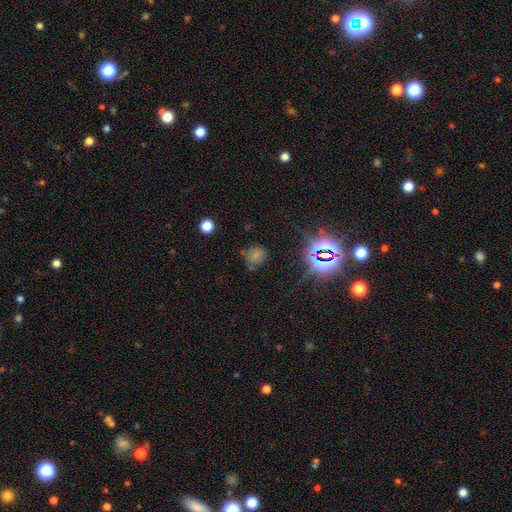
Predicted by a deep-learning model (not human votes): A smooth galaxy with no disk features (61%) that is round (72%).

Vote fractions:
- Smooth or featured? smooth: 61% / star or artifact: 29% / featured or disk: 10%
- How rounded? round: 72% / in between: 27% / cigar-shaped: 1%
- Merging? none: 66% / minor disturbance: 21% / major disturbance: 8% / merger: 5%